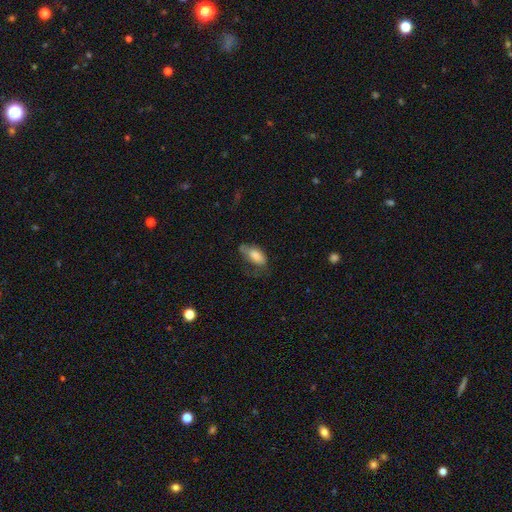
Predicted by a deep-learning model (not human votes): Smooth or featured?
  - smooth: 78% *
  - featured or disk: 15%
  - star or artifact: 7%
How rounded?
  - in between: 87% *
  - cigar-shaped: 10%
  - round: 3%
Merging?
  - none: 38% *
  - minor disturbance: 34%
  - major disturbance: 25%
  - merger: 3%